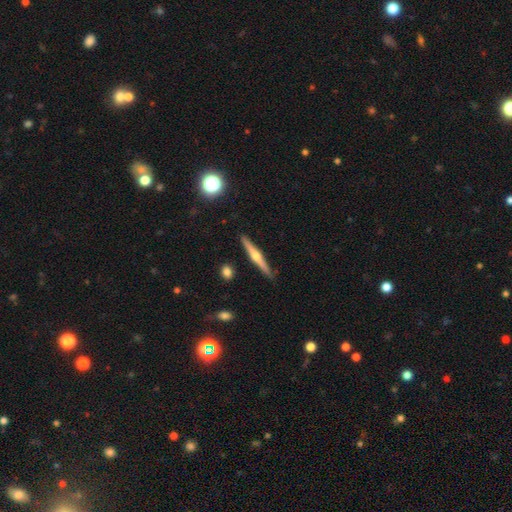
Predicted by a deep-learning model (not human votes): Smooth or featured? featured or disk (73%)
Edge-on disk? yes (98%)
Edge-on bulge? rounded (91%)
Merging? none (89%)